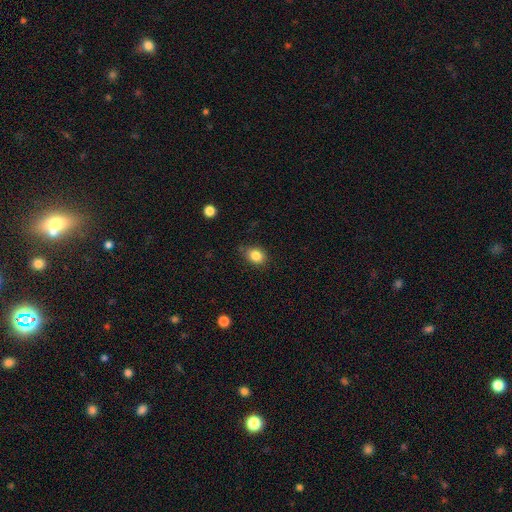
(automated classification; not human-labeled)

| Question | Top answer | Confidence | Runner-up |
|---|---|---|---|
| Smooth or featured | smooth | 84% | star or artifact (10%) |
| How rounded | round | 50% | in between (49%) |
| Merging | none | 80% | minor disturbance (15%) |